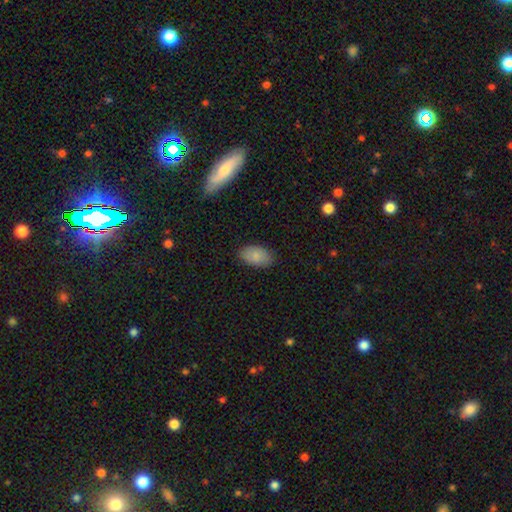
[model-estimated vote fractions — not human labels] A smooth galaxy with no disk features (84%) that is in between round and cigar-shaped (93%). Merging: none (84%).